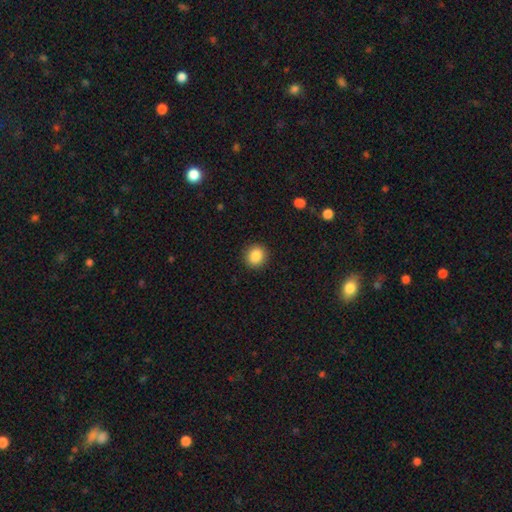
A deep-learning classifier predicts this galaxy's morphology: This appears to be a smooth galaxy with no disk features (87%) that is round (85%). Merging: none (91%).